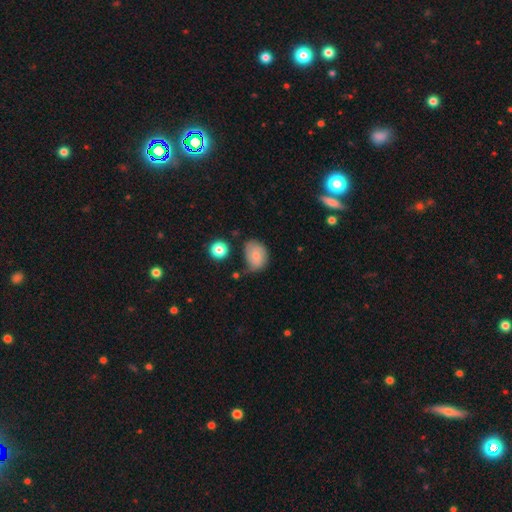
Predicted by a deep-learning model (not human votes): Smooth or featured? Predicted: smooth (p=0.66). How rounded? Predicted: in between (p=0.65). Merging? Predicted: none (p=0.45).